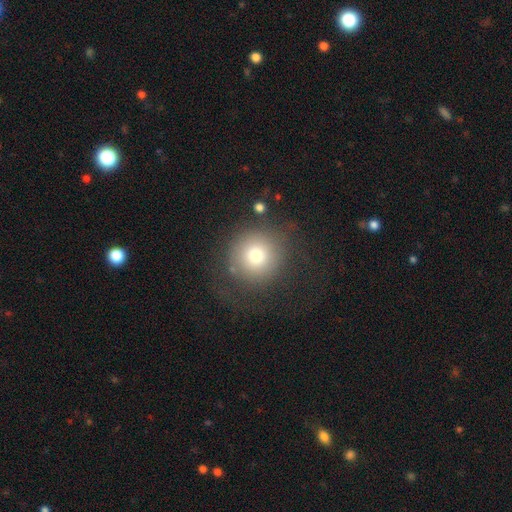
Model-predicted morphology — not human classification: This is likely a smooth galaxy (72%). How rounded: clearly round (93%). Merging: likely none (70%).